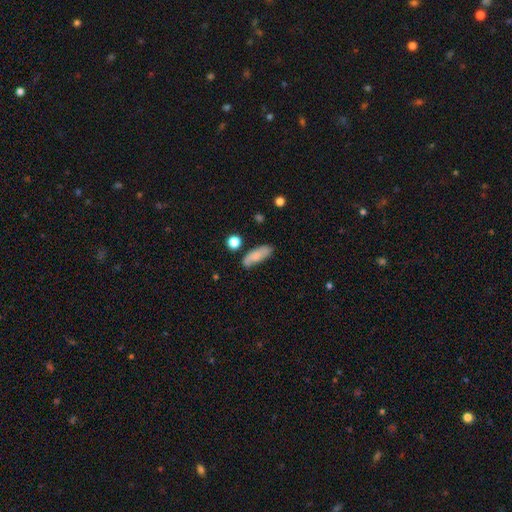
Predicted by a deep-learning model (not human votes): Smooth or featured?
  - smooth: 72% *
  - featured or disk: 20%
  - star or artifact: 8%
How rounded?
  - in between: 69% *
  - cigar-shaped: 28%
  - round: 3%
Merging?
  - none: 65% *
  - minor disturbance: 23%
  - major disturbance: 6%
  - merger: 5%